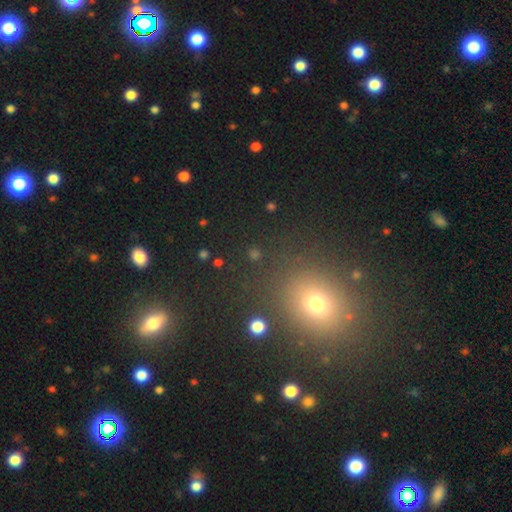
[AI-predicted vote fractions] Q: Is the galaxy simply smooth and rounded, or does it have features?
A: smooth — 54%.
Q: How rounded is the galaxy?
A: round — 75%.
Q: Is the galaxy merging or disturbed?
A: none — 82%.